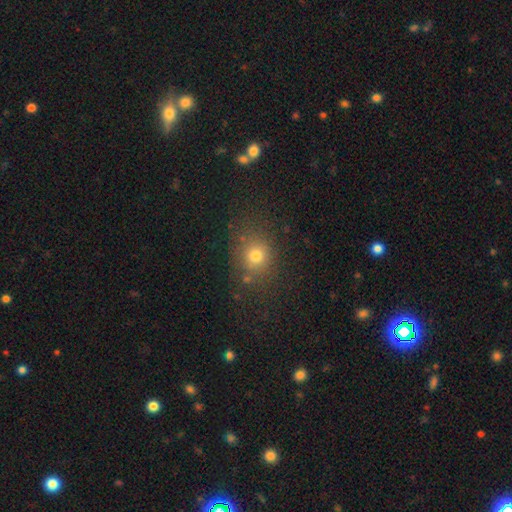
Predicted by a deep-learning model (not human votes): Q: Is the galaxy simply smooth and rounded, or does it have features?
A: smooth — 74%.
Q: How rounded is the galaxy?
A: round — 73%.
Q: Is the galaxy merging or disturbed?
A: none — 78%.